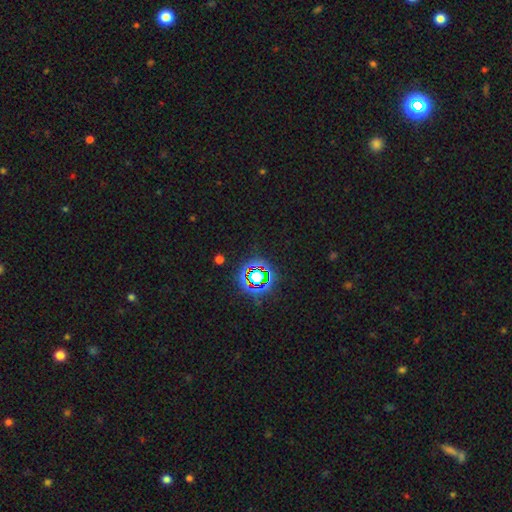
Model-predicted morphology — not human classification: This appears to be a star or artifact, not a galaxy (76%).